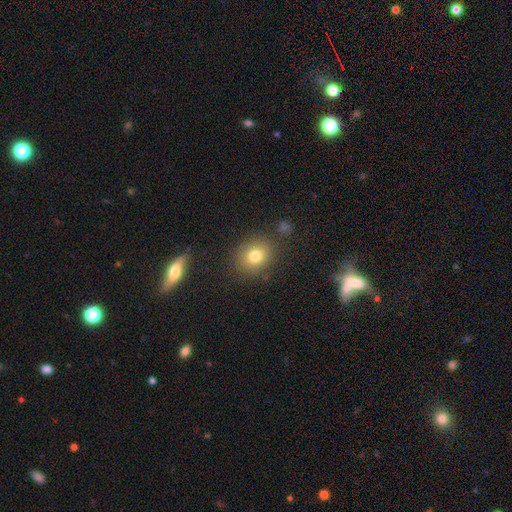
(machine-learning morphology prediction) A smooth galaxy with no disk features (78%) that is round (68%).

Vote fractions:
- Smooth or featured? smooth: 78% / star or artifact: 13% / featured or disk: 10%
- How rounded? round: 68% / in between: 31% / cigar-shaped: 1%
- Merging? none: 82% / minor disturbance: 10% / major disturbance: 4% / merger: 3%